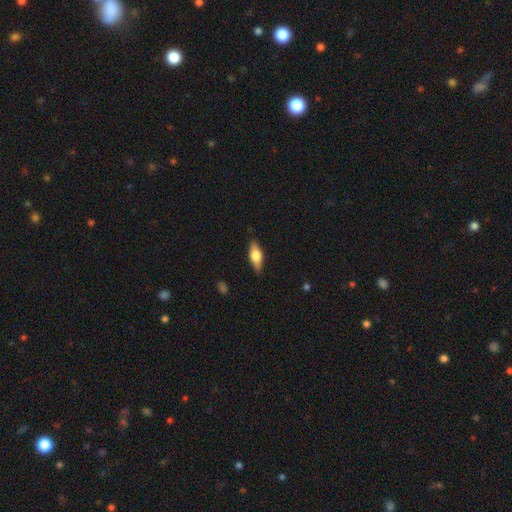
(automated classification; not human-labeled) Smooth or featured? smooth (54%)
How rounded? in between (70%)
Merging? none (84%)